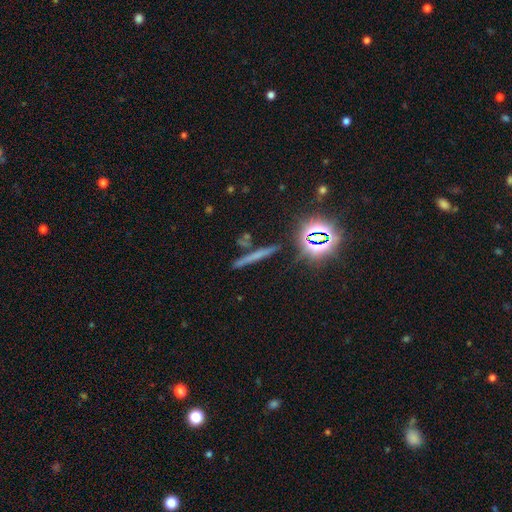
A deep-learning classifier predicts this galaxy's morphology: This appears to be a smooth galaxy with no disk features (46%). Merging: none (84%).